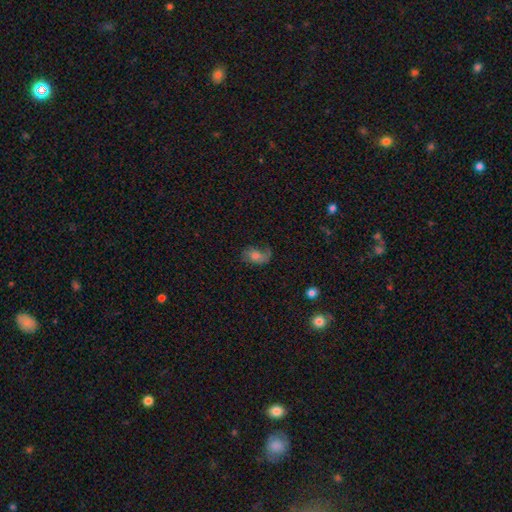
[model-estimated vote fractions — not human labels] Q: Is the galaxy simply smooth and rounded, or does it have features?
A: featured or disk — 46%.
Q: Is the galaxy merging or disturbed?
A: none — 55%.